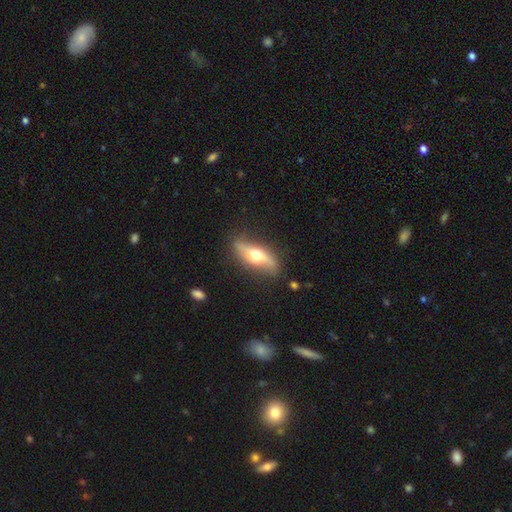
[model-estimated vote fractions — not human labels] A featured or disk galaxy (64%) viewed edge-on (65%). Merging: none (80%).